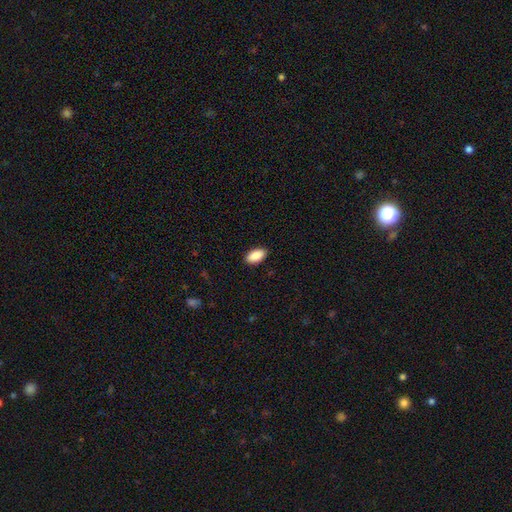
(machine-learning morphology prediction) This is clearly a smooth galaxy (90%). How rounded: clearly in between (94%). Merging: clearly none (90%).